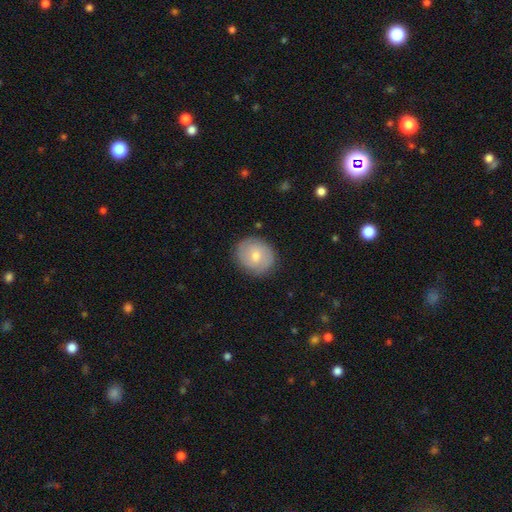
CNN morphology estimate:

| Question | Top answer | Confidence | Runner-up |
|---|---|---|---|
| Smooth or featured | smooth | 56% | featured or disk (35%) |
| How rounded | round | 80% | in between (19%) |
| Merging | none | 86% | minor disturbance (10%) |